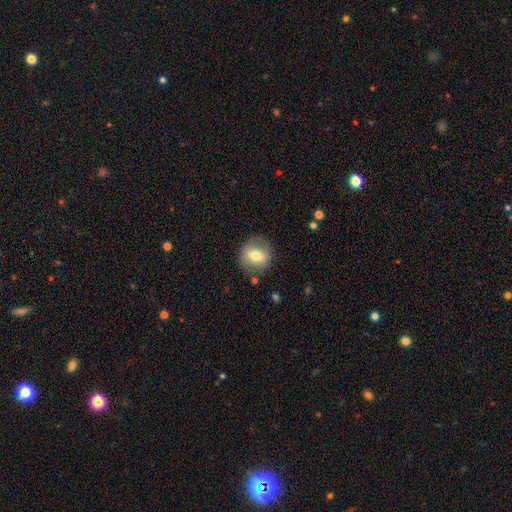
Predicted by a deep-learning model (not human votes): Overall: smooth (64%; featured or disk 28%). How rounded: round (82%). Merging: none (80%).